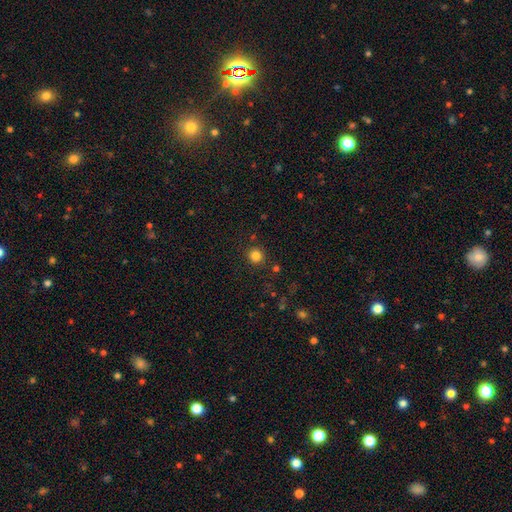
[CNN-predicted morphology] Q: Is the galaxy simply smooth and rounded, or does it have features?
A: smooth — 83%.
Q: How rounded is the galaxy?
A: round — 92%.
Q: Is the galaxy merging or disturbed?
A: none — 88%.